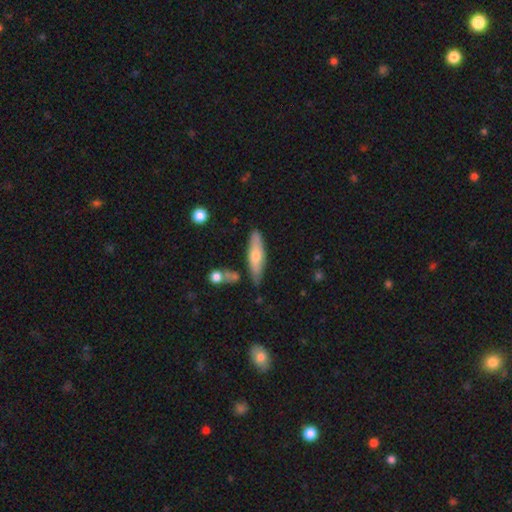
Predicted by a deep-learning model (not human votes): Q: Smooth or featured?
A: smooth (57%); runner-up: featured or disk (38%)
Q: How rounded?
A: cigar-shaped (66%); runner-up: in between (32%)
Q: Merging?
A: none (74%); runner-up: minor disturbance (16%)